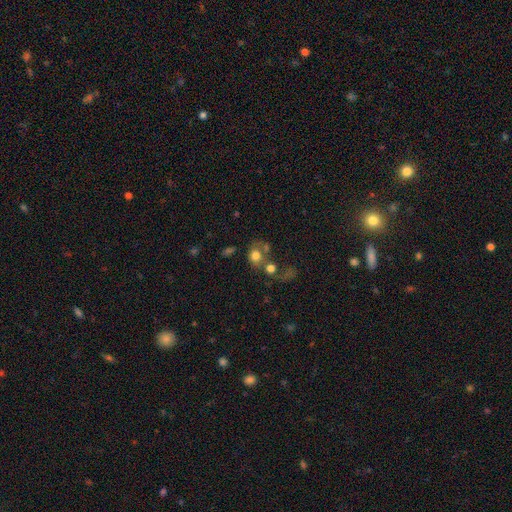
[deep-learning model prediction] A smooth galaxy with no disk features (70%) that is round (63%). Merging: merger (42%).